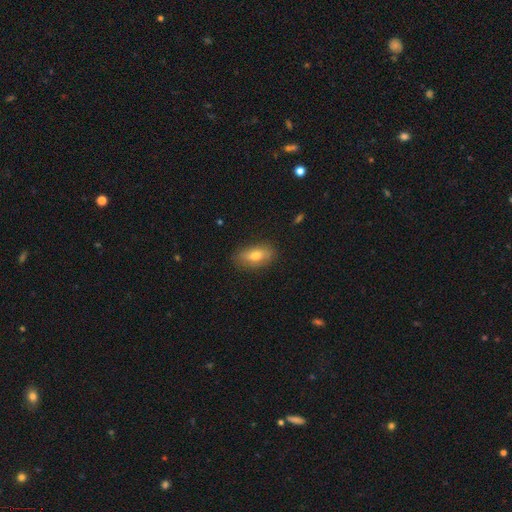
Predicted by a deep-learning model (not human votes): The model was most divided on "smooth or featured": smooth: 74%, featured or disk: 18%, star or artifact: 8%. More confident: how rounded — in between (85%); merging — none (83%).